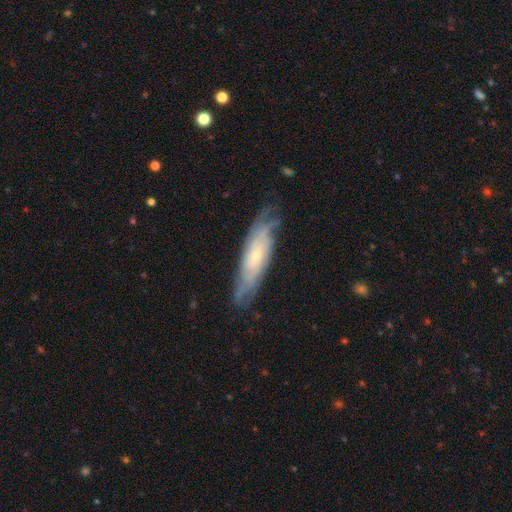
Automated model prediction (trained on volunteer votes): This appears to be a featured or disk galaxy (71%) with no bar (74%), spiral arms (88%) and a small central bulge (70%). Merging: none (72%).